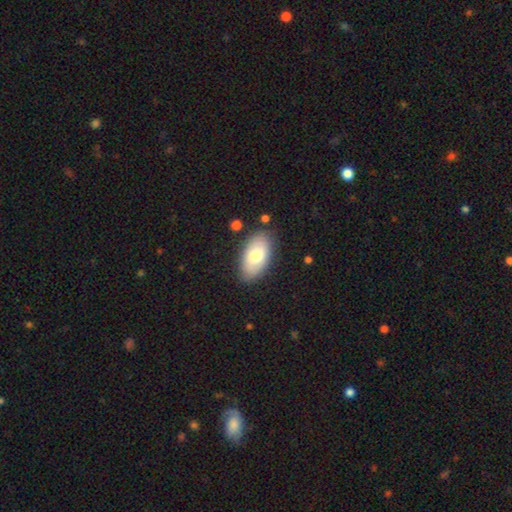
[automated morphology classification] A smooth galaxy with no disk features (75%) that is in between round and cigar-shaped (94%).

Vote fractions:
- Smooth or featured? smooth: 75% / featured or disk: 19% / star or artifact: 6%
- How rounded? in between: 94% / round: 3% / cigar-shaped: 3%
- Merging? none: 83% / minor disturbance: 12% / major disturbance: 3% / merger: 2%